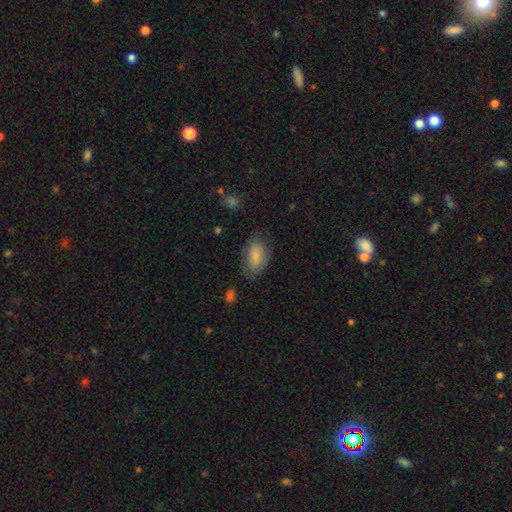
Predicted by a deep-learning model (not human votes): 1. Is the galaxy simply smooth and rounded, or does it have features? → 77% smooth, 16% featured or disk, 7% star or artifact.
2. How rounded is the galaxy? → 91% in between, 7% round, 2% cigar-shaped.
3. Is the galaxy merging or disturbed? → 71% none, 21% minor disturbance, 7% major disturbance, 2% merger.